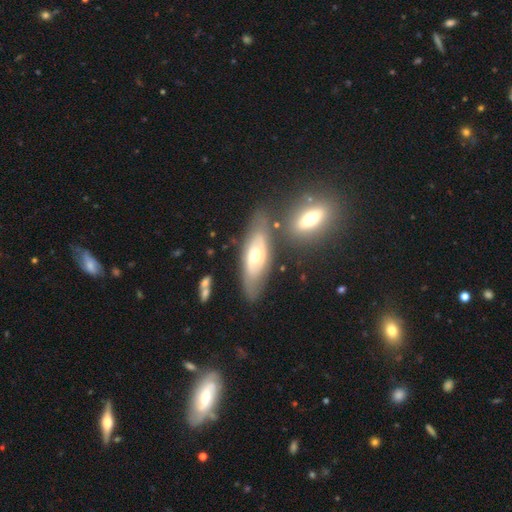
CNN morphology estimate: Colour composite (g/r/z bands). It shows a featured or disk galaxy (59%). Merging: none (67%).